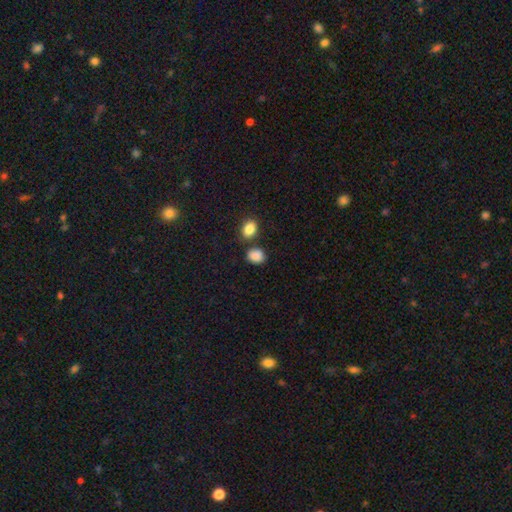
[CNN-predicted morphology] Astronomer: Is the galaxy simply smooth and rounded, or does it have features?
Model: smooth — 87%.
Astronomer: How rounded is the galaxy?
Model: in between — 56% (runner-up: round, 43%).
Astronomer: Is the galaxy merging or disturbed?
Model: none — 66%.